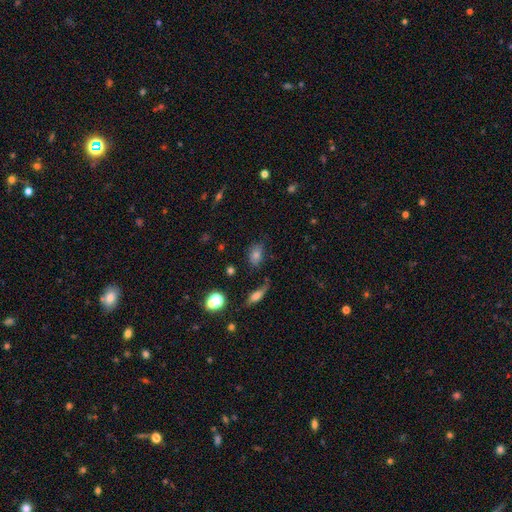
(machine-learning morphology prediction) This appears to be a smooth galaxy with no disk features (75%) that is in between round and cigar-shaped (79%). Merging: none (69%).